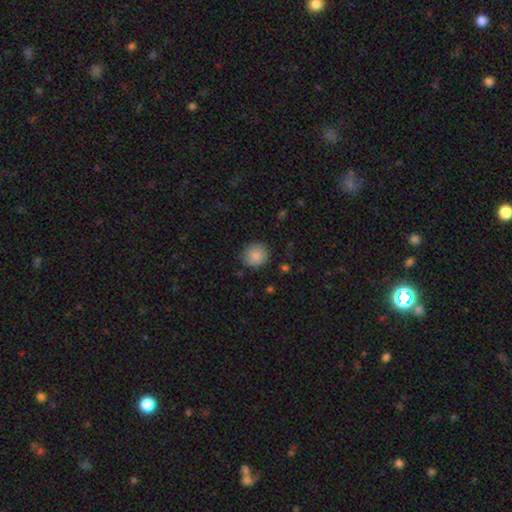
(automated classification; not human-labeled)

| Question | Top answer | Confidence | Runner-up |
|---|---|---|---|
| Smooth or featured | smooth | 86% | star or artifact (7%) |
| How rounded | round | 89% | in between (10%) |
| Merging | none | 84% | minor disturbance (12%) |